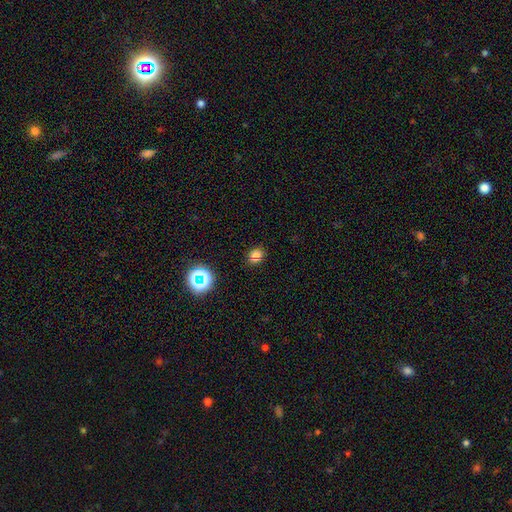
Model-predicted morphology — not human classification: This appears to be a smooth galaxy with no disk features (72%) that is round (57%). Merging: none (78%).